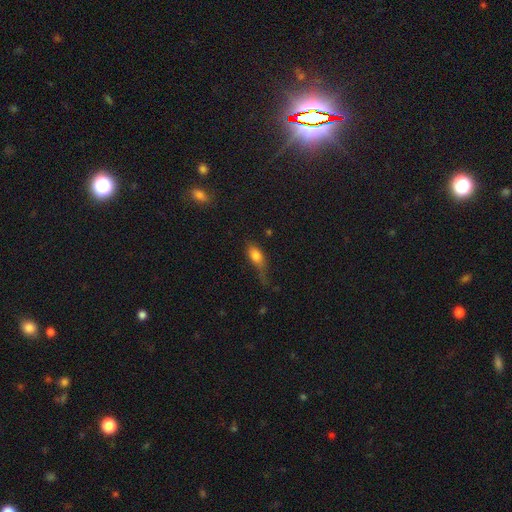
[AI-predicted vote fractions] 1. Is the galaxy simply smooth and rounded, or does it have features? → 74% smooth, 16% featured or disk, 10% star or artifact.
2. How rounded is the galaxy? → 75% in between, 15% cigar-shaped, 9% round.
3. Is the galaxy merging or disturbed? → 33% none, 31% minor disturbance, 30% major disturbance, 6% merger.